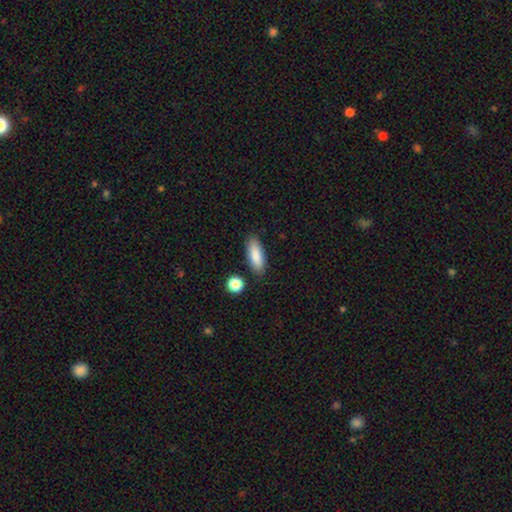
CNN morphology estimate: Q: Smooth or featured?
A: smooth (86%); runner-up: featured or disk (7%)
Q: How rounded?
A: in between (71%); runner-up: cigar-shaped (26%)
Q: Merging?
A: none (84%); runner-up: minor disturbance (10%)